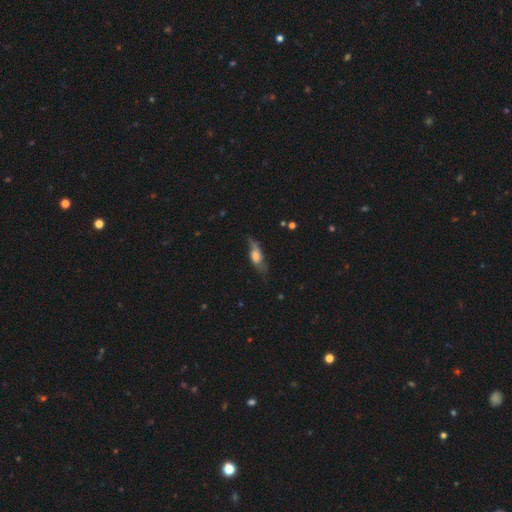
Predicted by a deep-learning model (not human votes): Smooth or featured? featured or disk (49%)
Merging? none (51%)